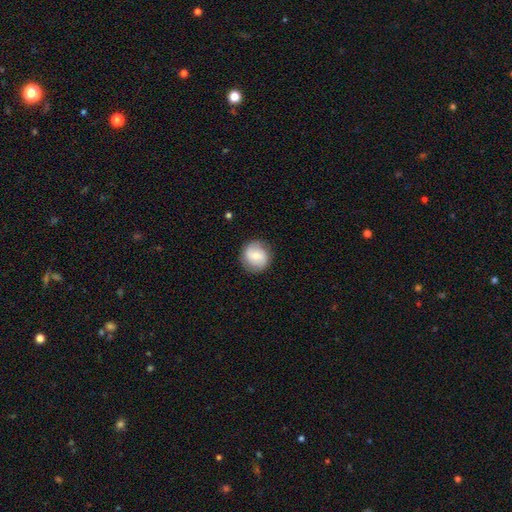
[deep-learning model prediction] Morphology: type=smooth (57%); roundness=round (89%); merging=none (85%).